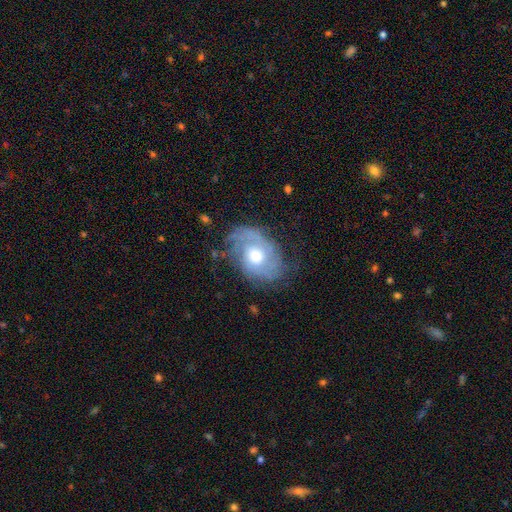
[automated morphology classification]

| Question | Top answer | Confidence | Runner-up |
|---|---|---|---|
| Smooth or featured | featured or disk | 75% | smooth (19%) |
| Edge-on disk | no | 96% | yes (4%) |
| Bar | no | 76% | weak (21%) |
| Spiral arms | yes | 87% | no (13%) |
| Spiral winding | tight | 51% | medium (35%) |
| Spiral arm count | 2 | 37% | can't tell (35%) |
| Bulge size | moderate | 71% | small (14%) |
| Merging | none | 62% | minor disturbance (24%) |